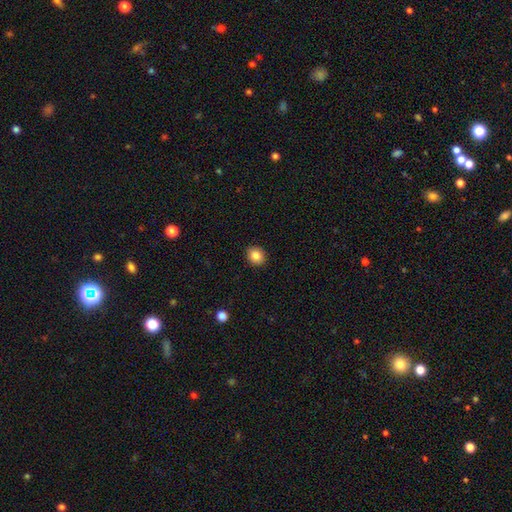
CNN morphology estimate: A smooth galaxy with no disk features (85%) that is round (72%).

Vote fractions:
- Smooth or featured? smooth: 85% / star or artifact: 9% / featured or disk: 6%
- How rounded? round: 72% / in between: 27% / cigar-shaped: 1%
- Merging? none: 91% / minor disturbance: 6% / major disturbance: 2% / merger: 1%